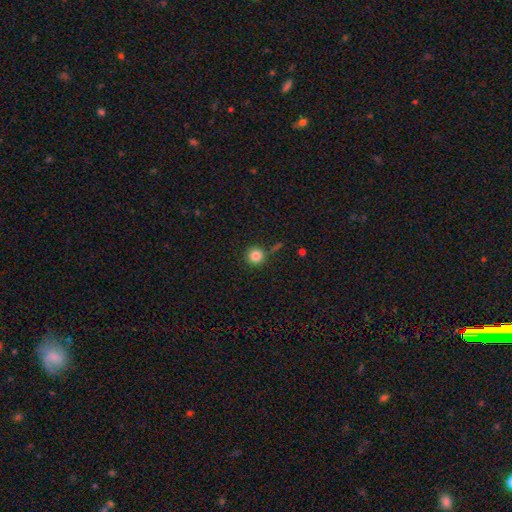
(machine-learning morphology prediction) Smooth or featured? smooth (84%)
How rounded? round (95%)
Merging? none (83%)